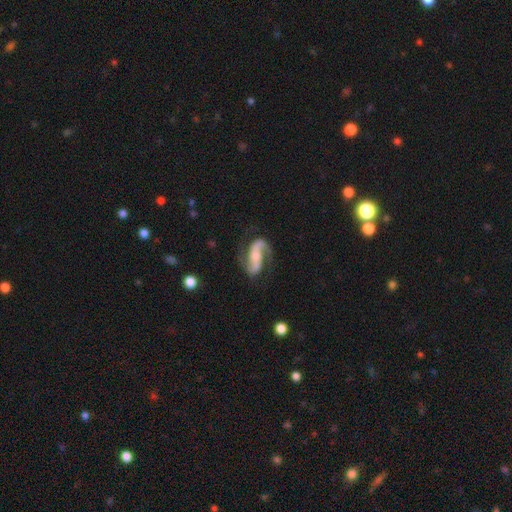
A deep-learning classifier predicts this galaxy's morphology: smooth-or-featured: featured or disk: 86% | smooth: 9% | star or artifact: 5%
  disk-edge-on: no: 96% | yes: 4%
    bar: strong: 40% | weak: 31% | no: 30%
    has-spiral-arms: yes: 96% | no: 4%
      spiral-winding: medium: 44% | loose: 41% | tight: 15%
      spiral-arm-count: 2: 90% | 1: 4% | can't tell: 2% | 3: 1% | 4: 1% | more than 4: 1%
    bulge-size: moderate: 43% | small: 42% | large: 7% | none: 7% | dominant: 2%
  merging: none: 70% | minor disturbance: 17% | major disturbance: 11% | merger: 2%